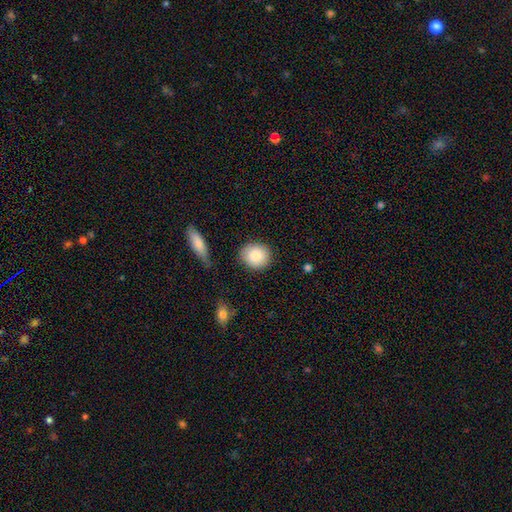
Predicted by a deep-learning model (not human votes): Smooth or featured: smooth — 87% (star or artifact — 7%)
How rounded: round — 81% (in between — 18%)
Merging: none — 86% (minor disturbance — 10%)